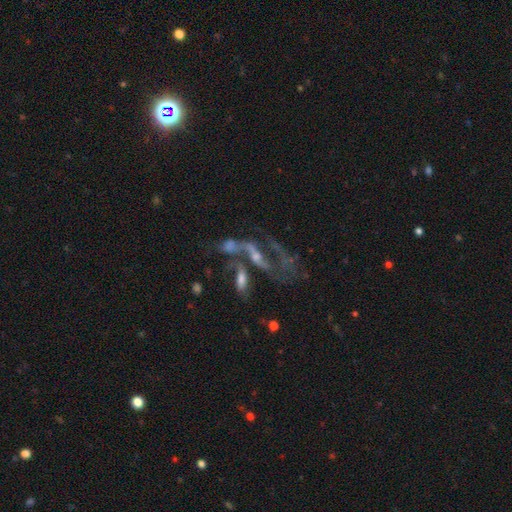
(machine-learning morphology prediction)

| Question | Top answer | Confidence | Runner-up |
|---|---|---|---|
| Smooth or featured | featured or disk | 67% | smooth (17%) |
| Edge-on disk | no | 84% | yes (16%) |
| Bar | no | 57% | weak (27%) |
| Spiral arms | yes | 60% | no (40%) |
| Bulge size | small | 42% | moderate (30%) |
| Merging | merger | 48% | major disturbance (22%) |